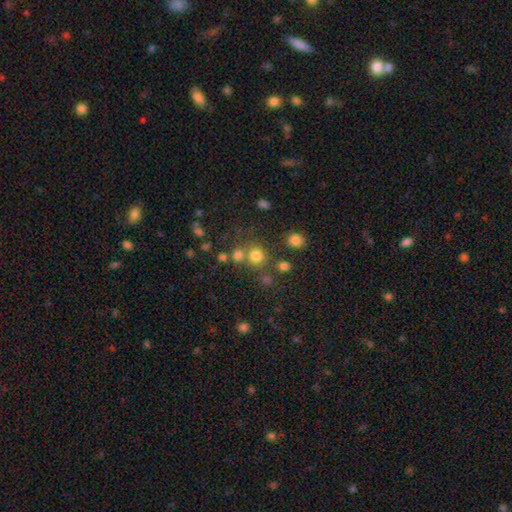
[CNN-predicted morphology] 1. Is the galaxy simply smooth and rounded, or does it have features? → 75% smooth, 17% star or artifact, 7% featured or disk.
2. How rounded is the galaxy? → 89% round, 10% in between, 1% cigar-shaped.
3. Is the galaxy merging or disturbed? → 66% none, 22% merger, 8% minor disturbance, 4% major disturbance.